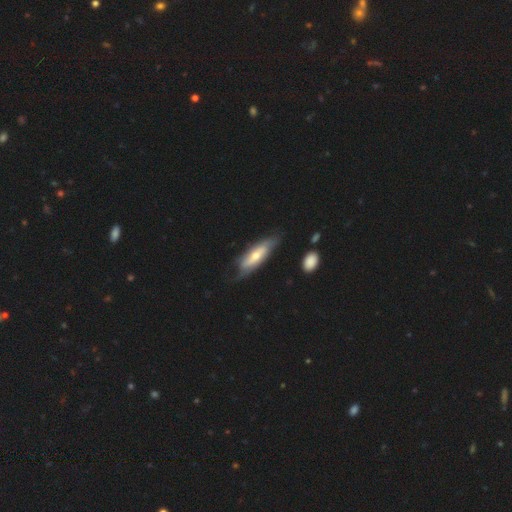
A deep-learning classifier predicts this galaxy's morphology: The model was most divided on "smooth or featured": featured or disk: 49%, smooth: 45%, star or artifact: 5%. More confident: merging — none (61%).